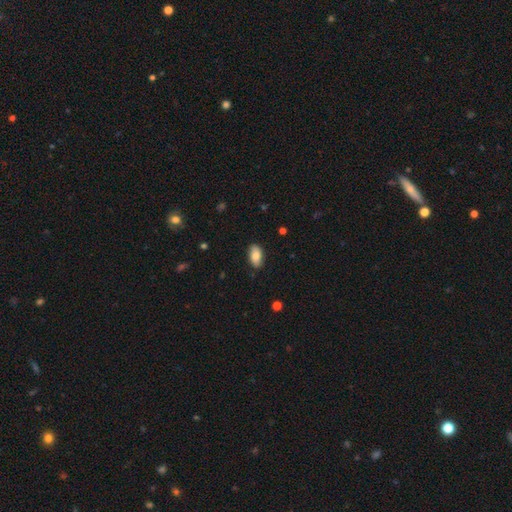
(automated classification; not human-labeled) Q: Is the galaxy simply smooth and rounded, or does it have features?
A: smooth — 80%.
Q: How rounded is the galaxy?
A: in between — 94%.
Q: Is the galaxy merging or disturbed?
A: none — 84%.